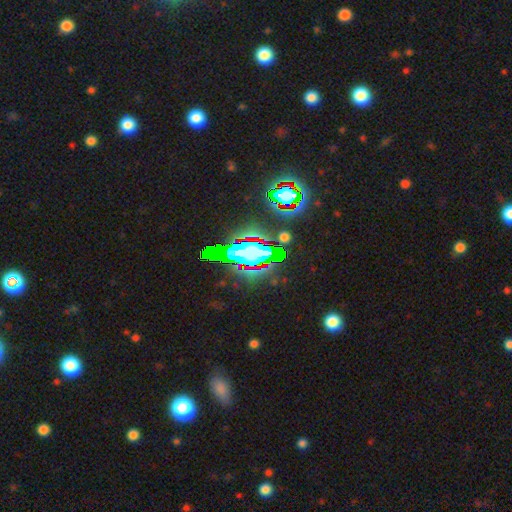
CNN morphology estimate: Overall: star or artifact (60%; smooth 21%).